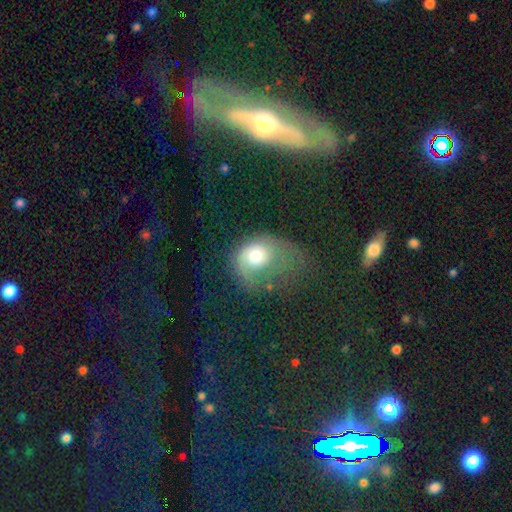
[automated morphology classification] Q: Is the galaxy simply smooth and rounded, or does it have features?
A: smooth — 55%.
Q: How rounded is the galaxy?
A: in between — 50%.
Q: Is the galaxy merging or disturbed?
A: major disturbance — 53%.